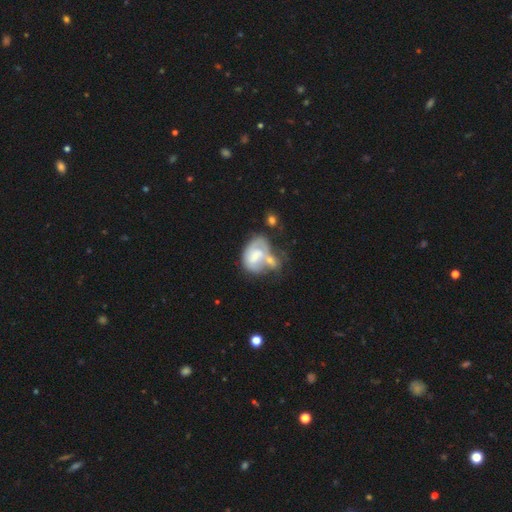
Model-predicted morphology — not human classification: Overall: featured or disk (48%; smooth 45%). Merging: merger (48%; major disturbance 20%).